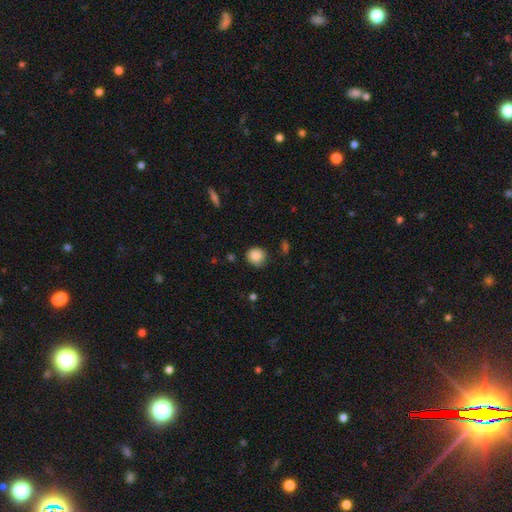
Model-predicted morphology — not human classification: type=smooth (87%); roundness=round (81%); merging=none (70%).